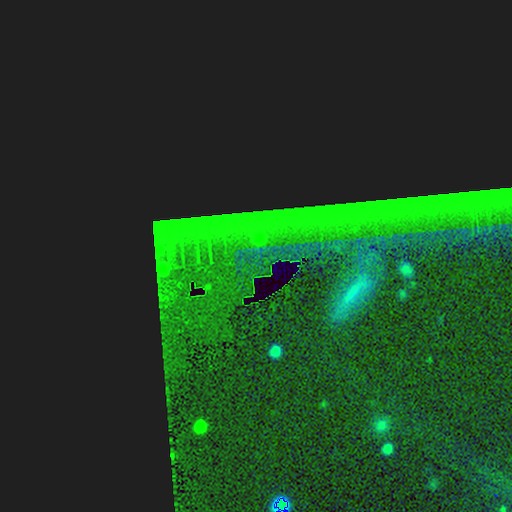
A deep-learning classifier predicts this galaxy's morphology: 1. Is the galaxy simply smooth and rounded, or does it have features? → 84% star or artifact, 8% featured or disk, 8% smooth.